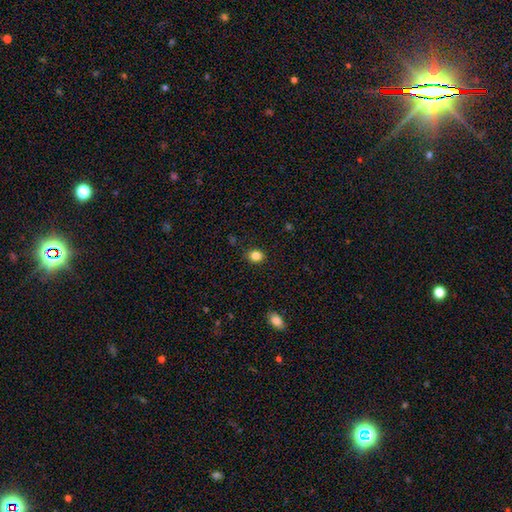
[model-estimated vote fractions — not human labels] Q: Smooth or featured?
A: smooth (84%); runner-up: star or artifact (11%)
Q: How rounded?
A: round (59%); runner-up: in between (40%)
Q: Merging?
A: none (87%); runner-up: minor disturbance (10%)